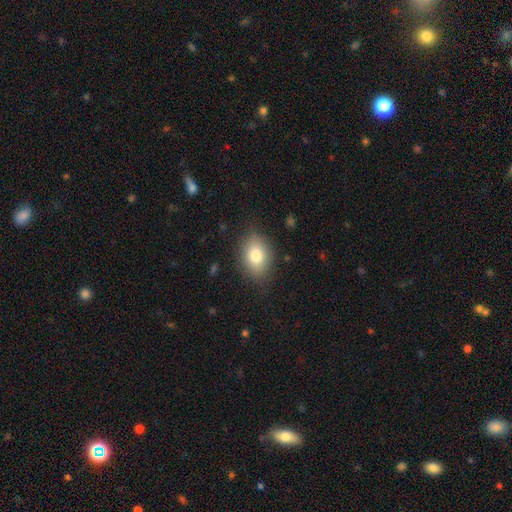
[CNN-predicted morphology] The model was most divided on "how rounded": in between: 76%, round: 23%, cigar-shaped: 1%. More confident: merging — none (81%); smooth or featured — smooth (80%).